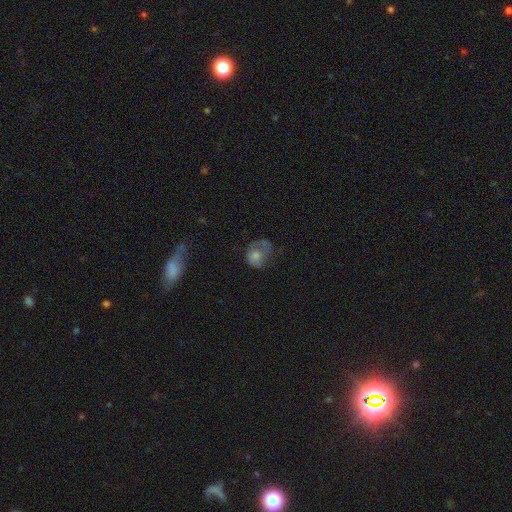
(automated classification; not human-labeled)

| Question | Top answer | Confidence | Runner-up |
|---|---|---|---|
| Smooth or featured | smooth | 51% | featured or disk (37%) |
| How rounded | round | 61% | in between (38%) |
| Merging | none | 40% | major disturbance (31%) |